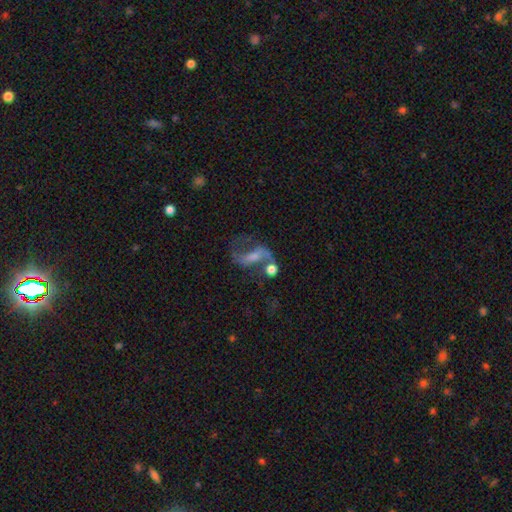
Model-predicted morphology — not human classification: This appears to be a featured or disk galaxy (75%) with a weak bar (40%), 2 (85%) loose (70%) spiral arms (86%) and a small central bulge (40%). Merging: none (43%).